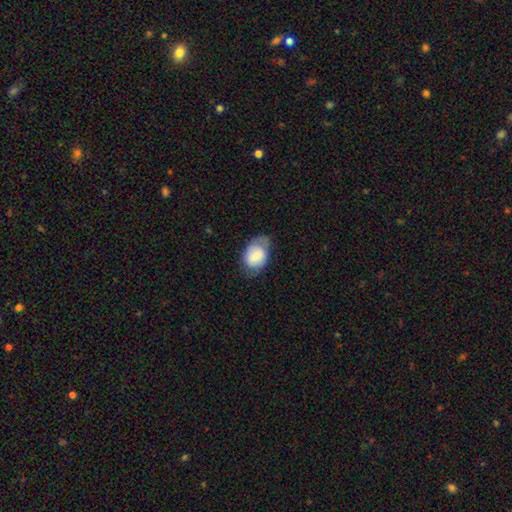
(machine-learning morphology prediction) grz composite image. It shows a smooth galaxy with no disk features (70%) that is in between round and cigar-shaped (77%). Merging: none (52%).